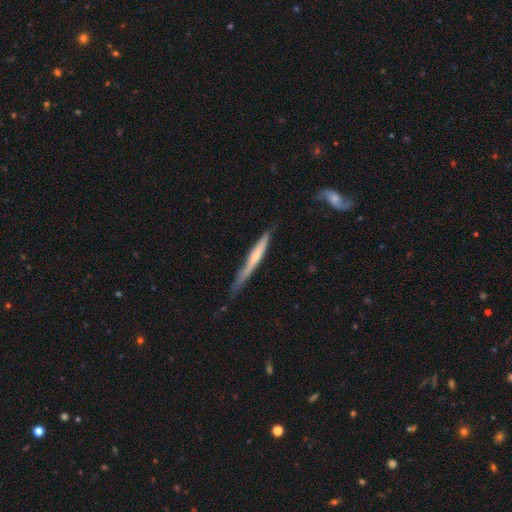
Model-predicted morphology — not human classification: Smooth or featured? featured or disk (53%)
Edge-on disk? yes (92%)
Merging? none (58%)